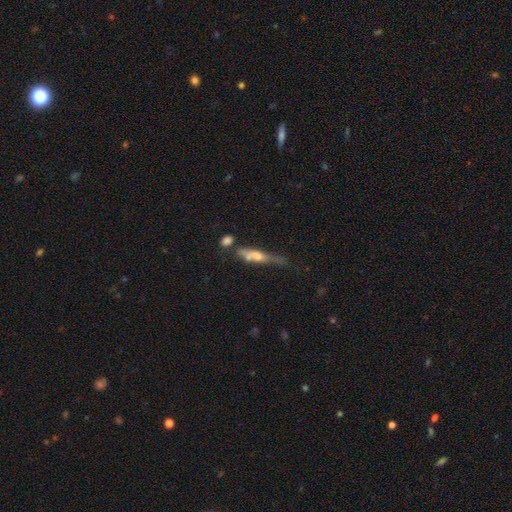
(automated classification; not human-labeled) This is likely a featured or disk galaxy (60%). It is clearly viewed edge-on (83%). Merging: marginally none (44%).